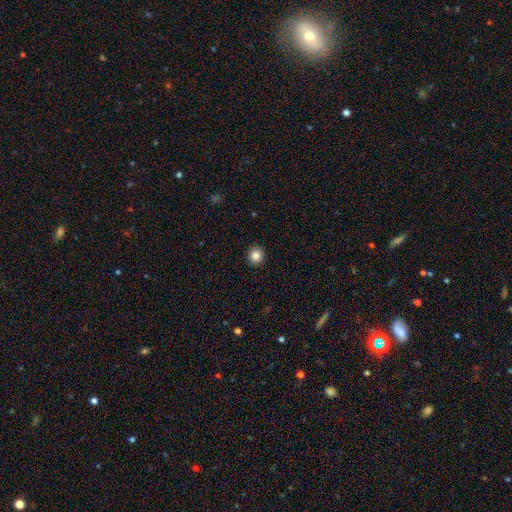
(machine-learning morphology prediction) type=smooth (85%); roundness=round (94%); merging=none (93%).